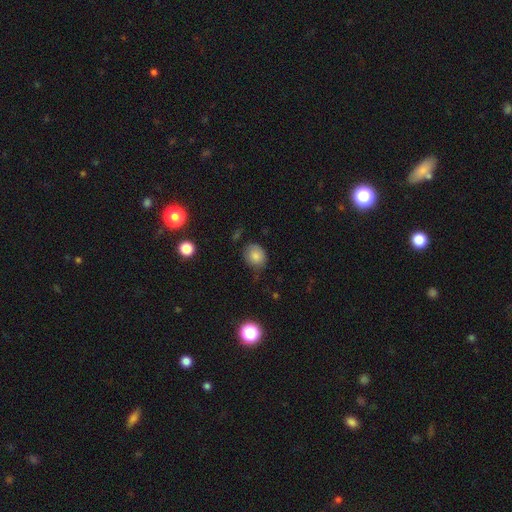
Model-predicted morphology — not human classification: Smooth or featured? smooth (81%)
How rounded? round (65%)
Merging? none (66%)